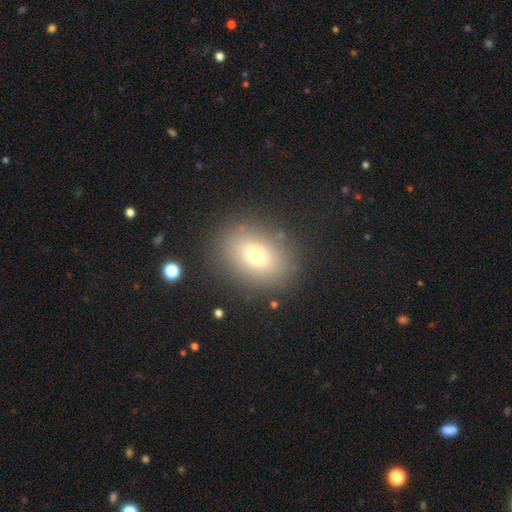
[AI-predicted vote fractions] Smooth or featured? smooth (71%)
How rounded? in between (58%)
Merging? none (85%)